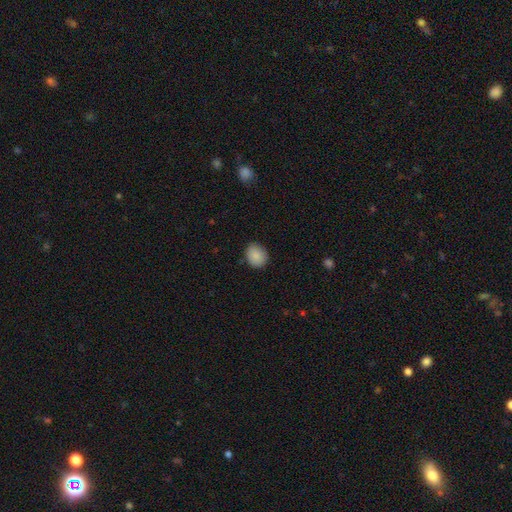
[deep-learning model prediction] smooth 88%, star or artifact 8%, featured or disk 4%. Down the decision tree: how rounded — round (62%); merging — none (83%).